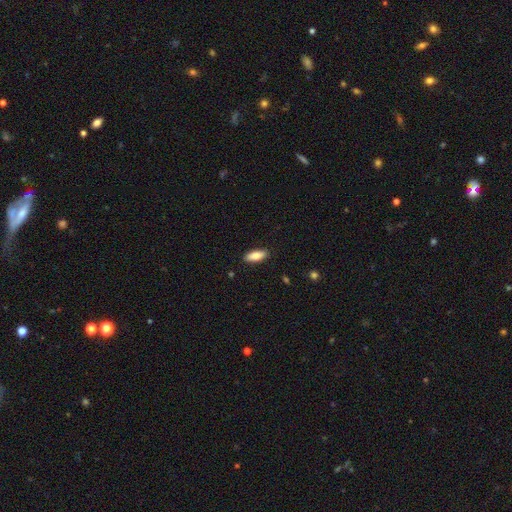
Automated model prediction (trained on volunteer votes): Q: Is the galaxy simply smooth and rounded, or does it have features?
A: smooth — 84%.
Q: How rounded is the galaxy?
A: in between — 75%.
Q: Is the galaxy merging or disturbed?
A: none — 88%.